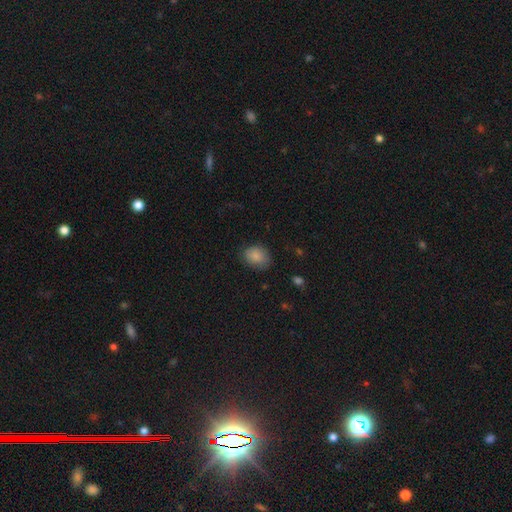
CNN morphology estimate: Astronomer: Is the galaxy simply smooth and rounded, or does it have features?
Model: smooth — 85%.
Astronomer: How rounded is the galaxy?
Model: in between — 61% (runner-up: round, 38%).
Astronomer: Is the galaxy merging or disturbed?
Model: none — 75%.